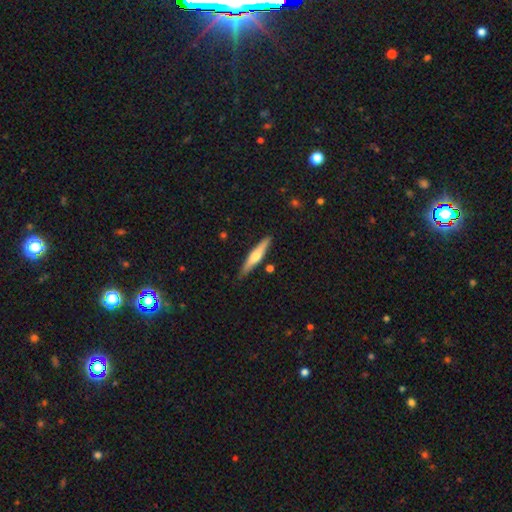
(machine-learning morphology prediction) Smooth or featured? Predicted: featured or disk (p=0.50). Edge-on disk? Predicted: yes (p=0.94). Merging? Predicted: none (p=0.85).